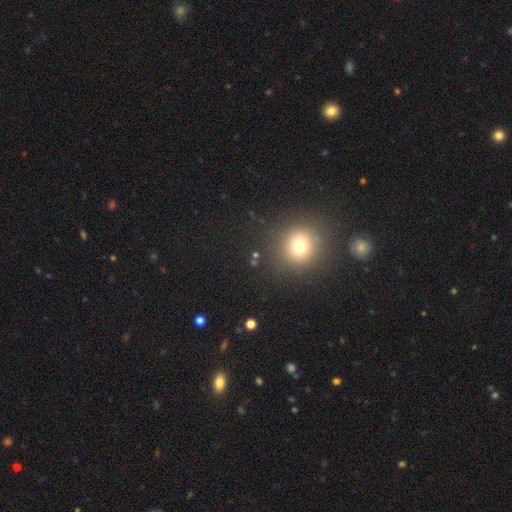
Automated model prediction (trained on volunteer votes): The model was most divided on "smooth or featured": smooth: 65%, star or artifact: 26%, featured or disk: 9%. More confident: how rounded — round (90%); merging — none (85%).